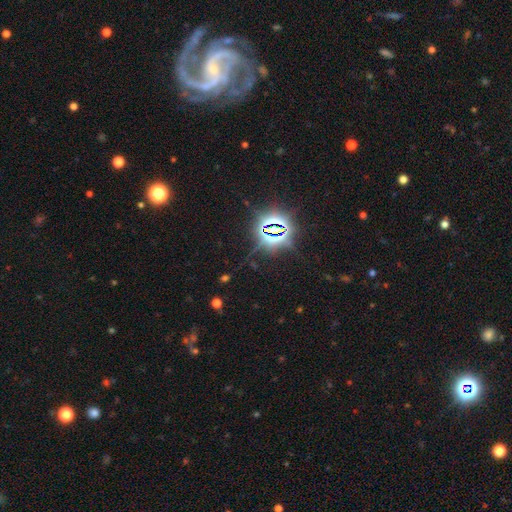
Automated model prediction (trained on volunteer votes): This appears to be a star or artifact, not a galaxy (48%).